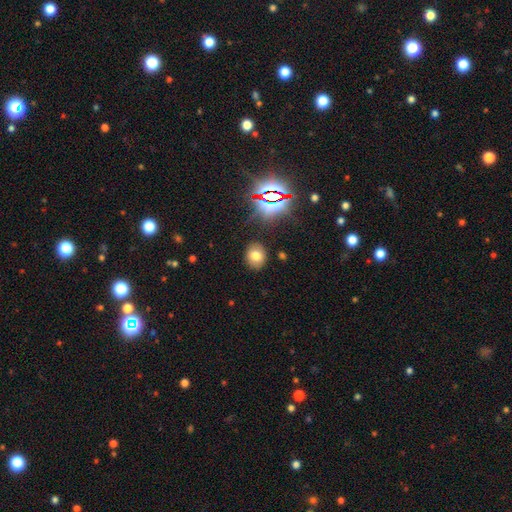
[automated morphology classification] This is likely a smooth galaxy (71%). How rounded: possibly round (54%). Merging: clearly none (85%).